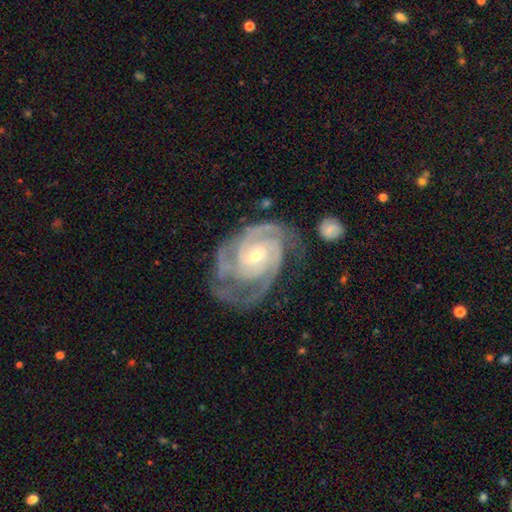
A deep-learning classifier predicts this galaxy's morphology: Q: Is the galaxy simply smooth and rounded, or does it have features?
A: featured or disk — 92%.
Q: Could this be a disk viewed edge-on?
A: no — 98%.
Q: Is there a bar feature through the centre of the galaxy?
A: no — 51%.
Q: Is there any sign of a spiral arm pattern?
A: yes — 98%.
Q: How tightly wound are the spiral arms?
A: tight — 65%.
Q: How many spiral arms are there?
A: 3 — 40%.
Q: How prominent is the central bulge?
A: small — 63%.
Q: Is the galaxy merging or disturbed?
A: none — 57%.